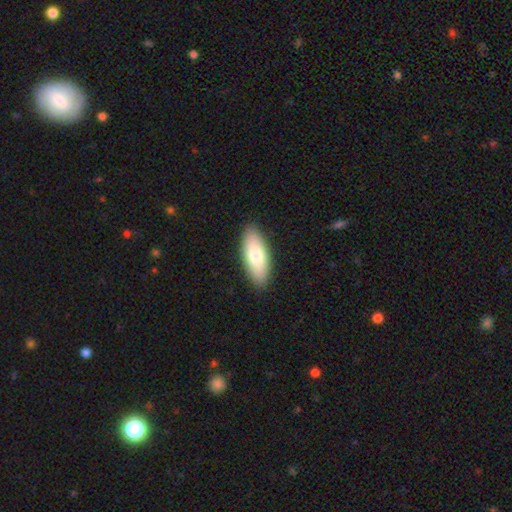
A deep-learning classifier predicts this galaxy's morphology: Overall: smooth (78%). How rounded: in between (80%). Merging: none (89%).